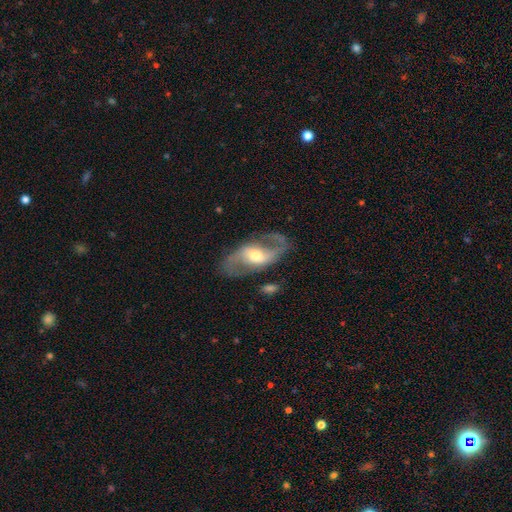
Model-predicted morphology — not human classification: smooth-or-featured: featured or disk: 83% | smooth: 11% | star or artifact: 5%
  disk-edge-on: no: 95% | yes: 5%
    bar: weak: 43% | no: 30% | strong: 28%
    has-spiral-arms: yes: 91% | no: 9%
      spiral-winding: loose: 48% | medium: 41% | tight: 10%
      spiral-arm-count: 2: 90% | can't tell: 4% | 1: 3% | 3: 1% | 4: 1% | more than 4: 1%
    bulge-size: moderate: 61% | small: 28% | large: 9% | none: 1% | dominant: 1%
  merging: none: 75% | minor disturbance: 14% | major disturbance: 9% | merger: 2%